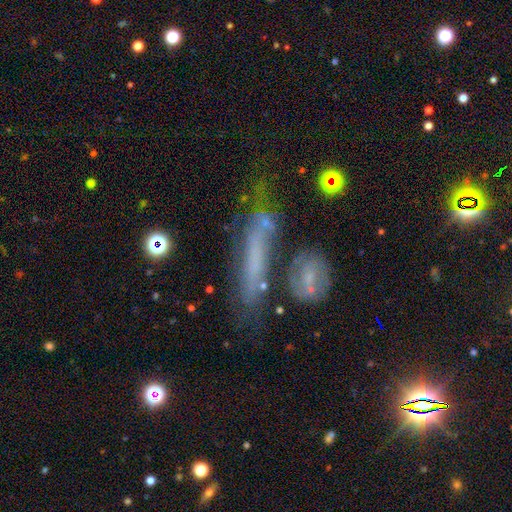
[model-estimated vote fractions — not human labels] A featured or disk galaxy (45%).

Vote fractions:
- Smooth or featured? featured or disk: 45% / smooth: 35% / star or artifact: 20%
- Merging? none: 54% / minor disturbance: 20% / merger: 15% / major disturbance: 11%